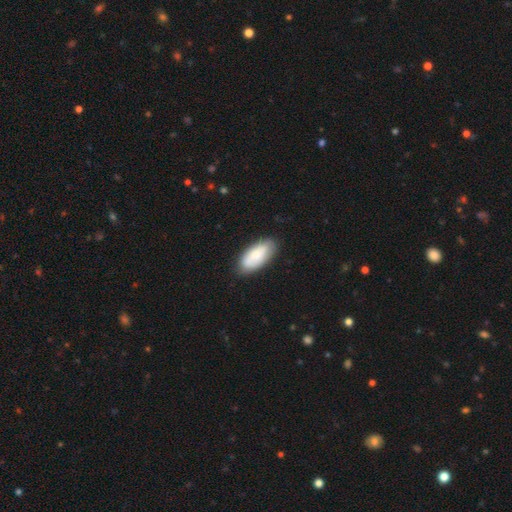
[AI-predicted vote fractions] smooth 77%, featured or disk 17%, star or artifact 6%. Down the decision tree: how rounded — in between (90%); merging — none (80%).